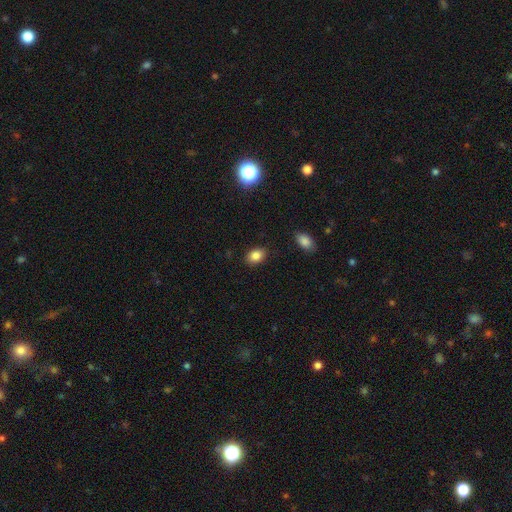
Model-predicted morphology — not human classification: Smooth or featured? smooth (85%)
How rounded? in between (73%)
Merging? none (87%)